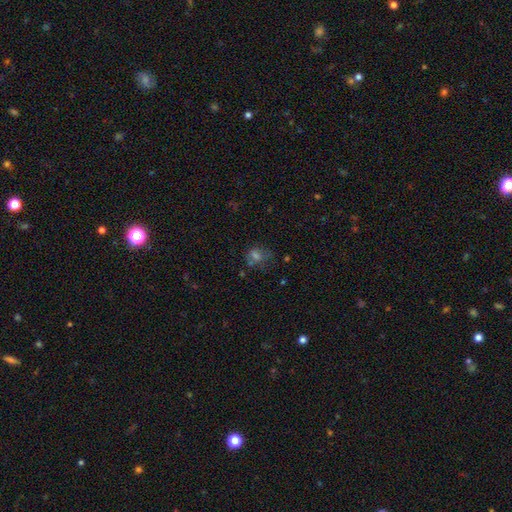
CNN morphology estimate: Smooth or featured? Predicted: smooth (p=0.50). How rounded? Predicted: round (p=0.60). Merging? Predicted: none (p=0.54).